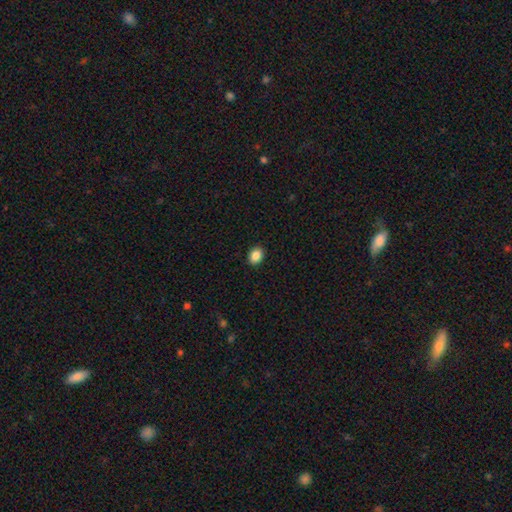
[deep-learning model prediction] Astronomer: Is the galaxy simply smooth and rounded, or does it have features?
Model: smooth — 87%.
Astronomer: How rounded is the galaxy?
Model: in between — 60% (runner-up: round, 39%).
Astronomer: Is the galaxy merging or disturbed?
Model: none — 91%.